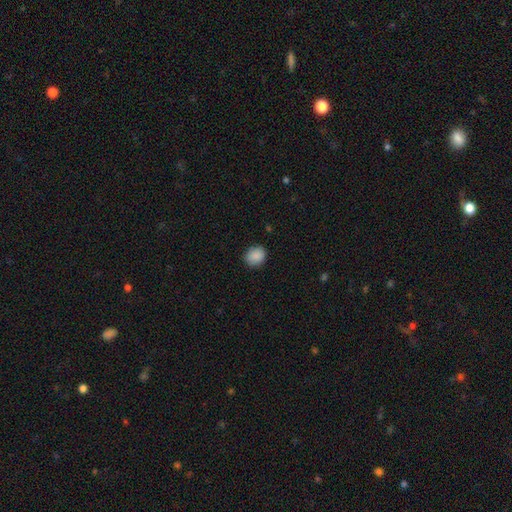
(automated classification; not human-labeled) Smooth or featured: smooth — 89% (star or artifact — 8%)
How rounded: round — 69% (in between — 30%)
Merging: none — 88% (minor disturbance — 9%)